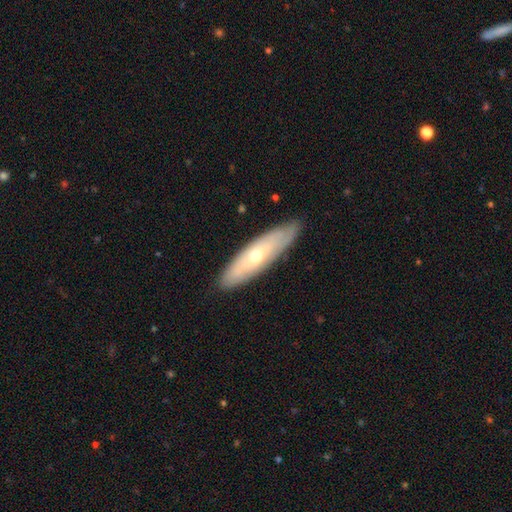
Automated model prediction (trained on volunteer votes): Smooth or featured: featured or disk — 49% (smooth — 45%)
Merging: none — 85% (minor disturbance — 12%)